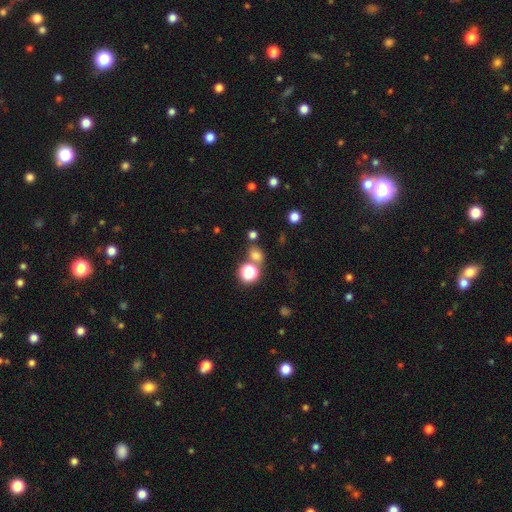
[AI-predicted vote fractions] Smooth or featured?
  - smooth: 66% *
  - star or artifact: 26%
  - featured or disk: 8%
How rounded?
  - round: 56% *
  - in between: 43%
  - cigar-shaped: 1%
Merging?
  - none: 67% *
  - merger: 19%
  - minor disturbance: 10%
  - major disturbance: 4%